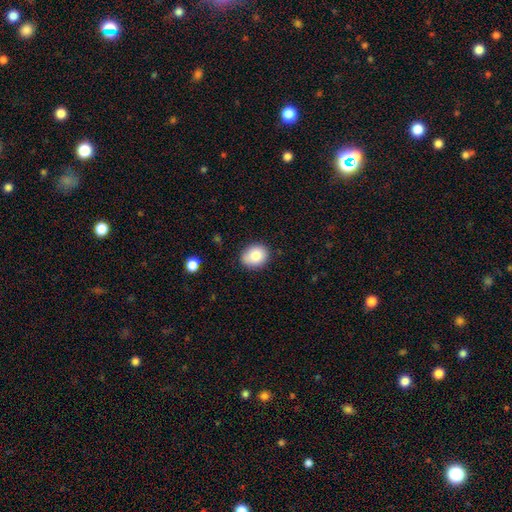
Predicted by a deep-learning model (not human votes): smooth_or_featured: smooth (p=0.84) [alt: star or artifact p=0.08]
how_rounded: round (p=0.58) [alt: in between p=0.41]
merging: none (p=0.84) [alt: minor disturbance p=0.12]